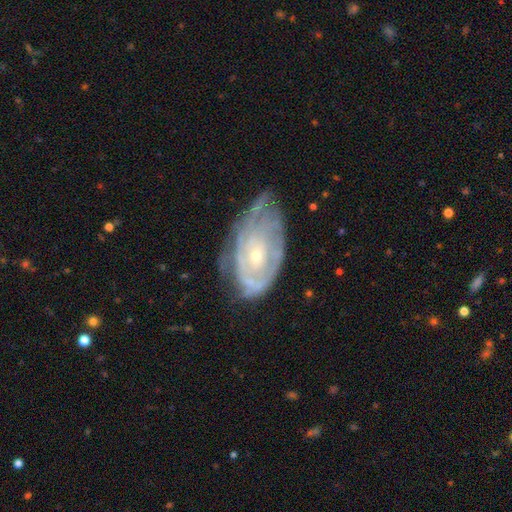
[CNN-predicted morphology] Smooth or featured: featured or disk — 78% (smooth — 16%)
Edge-on disk: no — 94% (yes — 6%)
Bar: no — 74% (weak — 22%)
Spiral arms: yes — 81% (no — 19%)
Spiral winding: tight — 71% (medium — 22%)
Spiral arm count: can't tell — 59% (2 — 16%)
Bulge size: small — 64% (moderate — 32%)
Merging: none — 50% (minor disturbance — 32%)